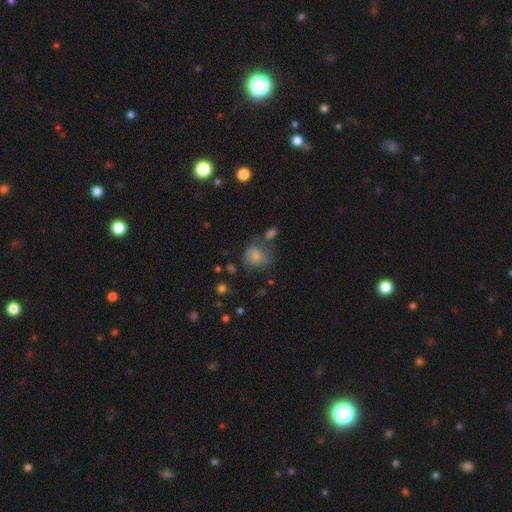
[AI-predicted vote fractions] Morphology: type=smooth (63%); roundness=round (67%); merging=none (42%).